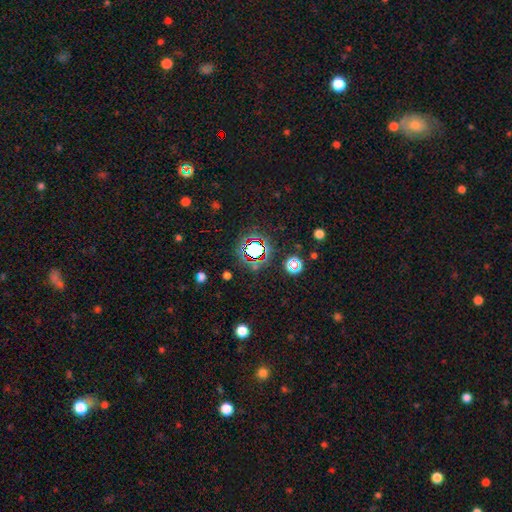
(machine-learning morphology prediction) This appears to be a star or artifact, not a galaxy (71%).